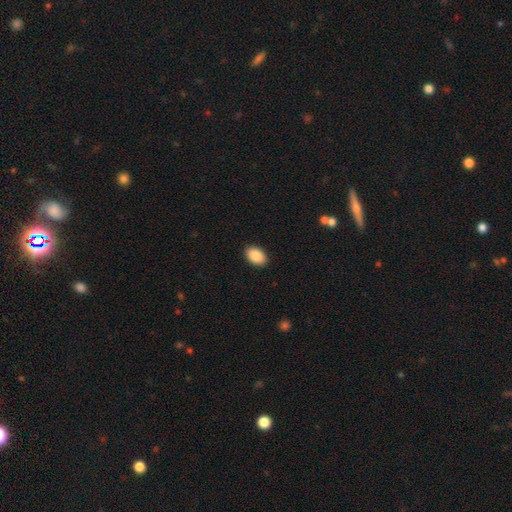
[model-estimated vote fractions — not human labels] A smooth galaxy with no disk features (90%) that is in between round and cigar-shaped (90%).

Vote fractions:
- Smooth or featured? smooth: 90% / star or artifact: 7% / featured or disk: 4%
- How rounded? in between: 90% / round: 9% / cigar-shaped: 1%
- Merging? none: 91% / minor disturbance: 7% / major disturbance: 2% / merger: 1%